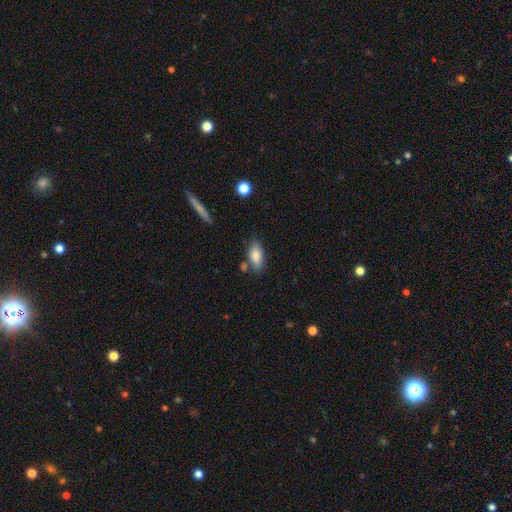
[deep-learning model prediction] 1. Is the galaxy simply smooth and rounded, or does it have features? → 81% smooth, 12% featured or disk, 7% star or artifact.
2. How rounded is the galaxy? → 87% in between, 9% cigar-shaped, 4% round.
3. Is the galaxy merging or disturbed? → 73% none, 15% minor disturbance, 9% merger, 3% major disturbance.